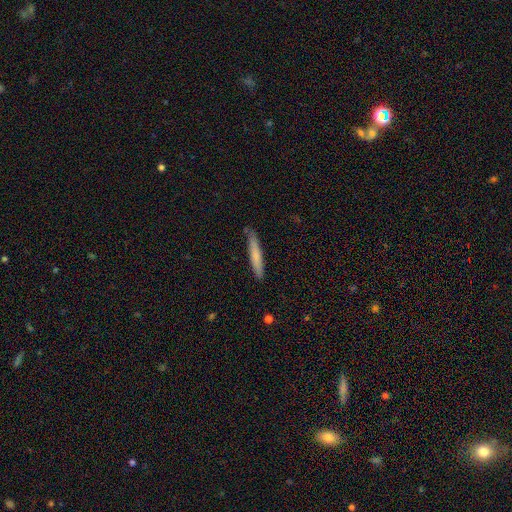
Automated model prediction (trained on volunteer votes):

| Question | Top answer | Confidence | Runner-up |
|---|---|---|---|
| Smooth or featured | smooth | 73% | featured or disk (21%) |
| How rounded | cigar-shaped | 95% | in between (4%) |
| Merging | none | 81% | minor disturbance (15%) |